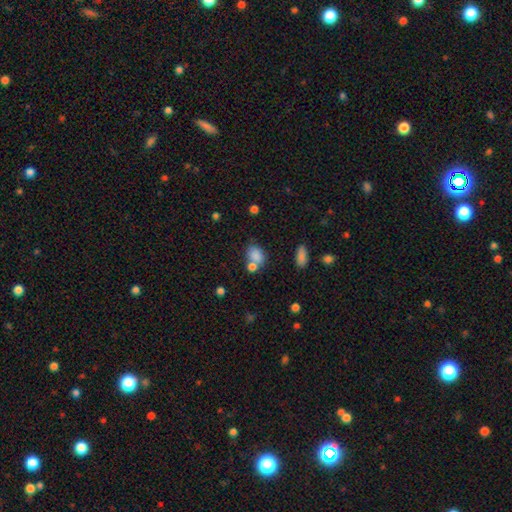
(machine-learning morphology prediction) Smooth or featured: smooth — 82% (star or artifact — 10%)
How rounded: in between — 70% (round — 29%)
Merging: none — 45% (merger — 35%)